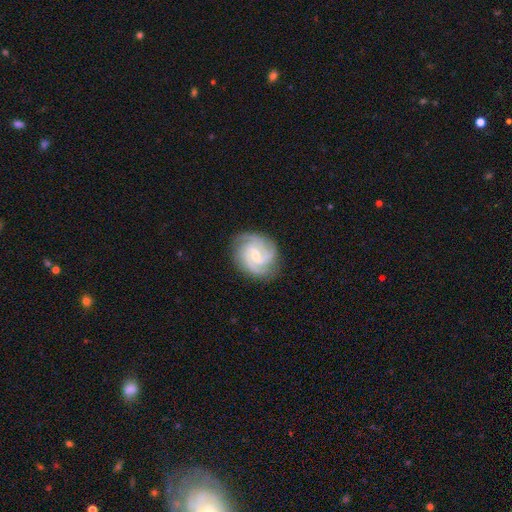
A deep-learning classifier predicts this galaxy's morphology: The model was most divided on "bar": weak: 50%, no: 38%, strong: 12%. More confident: spiral arms — yes (98%); edge-on disk — no (98%); smooth or featured — featured or disk (90%); merging — none (82%); spiral winding — tight (65%); bulge size — small (55%); spiral arm count — 3 (52%).